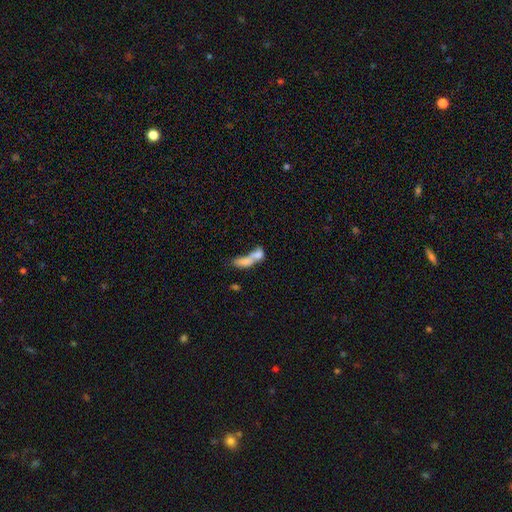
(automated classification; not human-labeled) Smooth or featured? smooth (65%)
How rounded? in between (62%)
Merging? merger (70%)